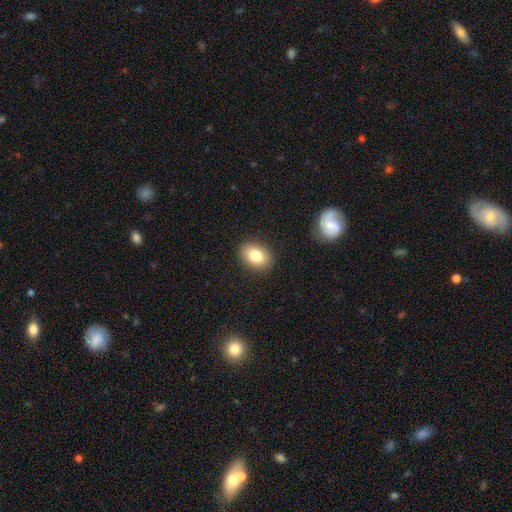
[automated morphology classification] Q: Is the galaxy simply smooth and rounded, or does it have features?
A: smooth — 82%.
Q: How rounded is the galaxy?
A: in between — 72%.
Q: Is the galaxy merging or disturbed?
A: none — 89%.